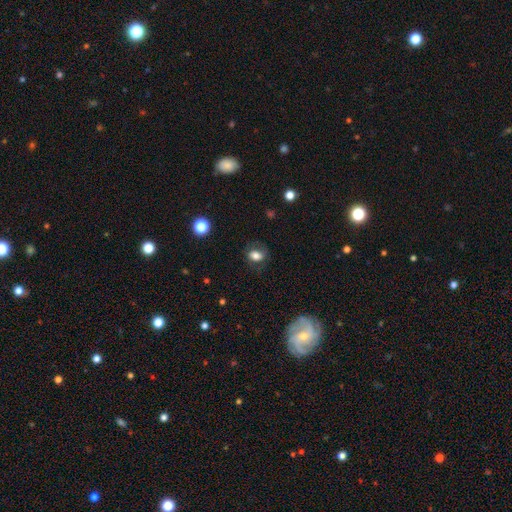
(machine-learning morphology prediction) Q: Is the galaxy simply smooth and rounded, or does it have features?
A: smooth — 71%.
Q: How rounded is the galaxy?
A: in between — 66%.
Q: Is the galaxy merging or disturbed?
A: none — 70%.